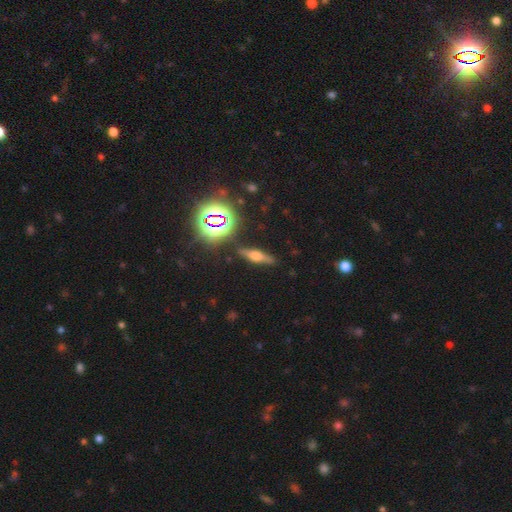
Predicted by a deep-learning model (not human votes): This appears to be a featured or disk galaxy (48%). Merging: none (85%).